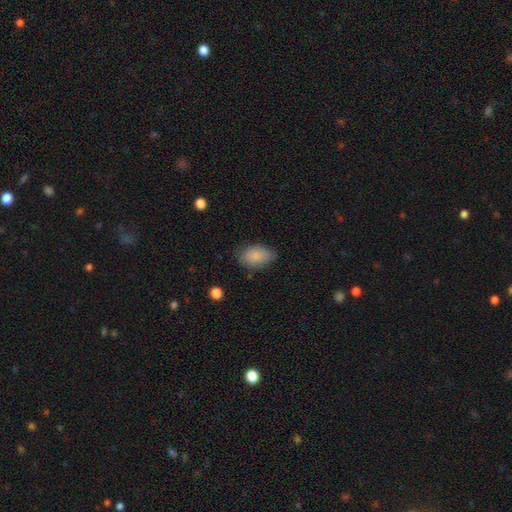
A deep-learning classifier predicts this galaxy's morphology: Smooth or featured? Predicted: smooth (p=0.85). How rounded? Predicted: in between (p=0.91). Merging? Predicted: none (p=0.75).